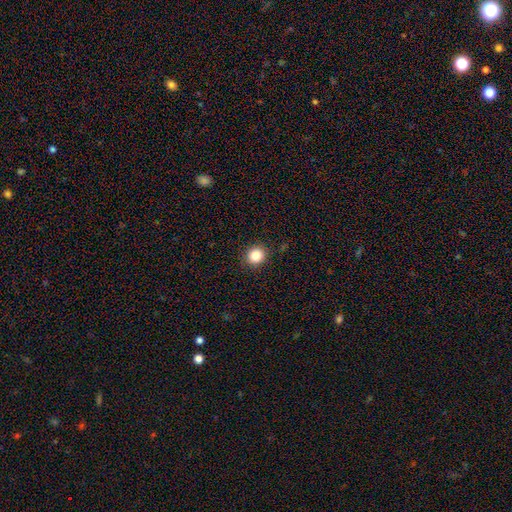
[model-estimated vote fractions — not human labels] smooth_or_featured: smooth (p=0.86) [alt: star or artifact p=0.10]
how_rounded: round (p=0.87) [alt: in between p=0.12]
merging: none (p=0.90) [alt: minor disturbance p=0.07]